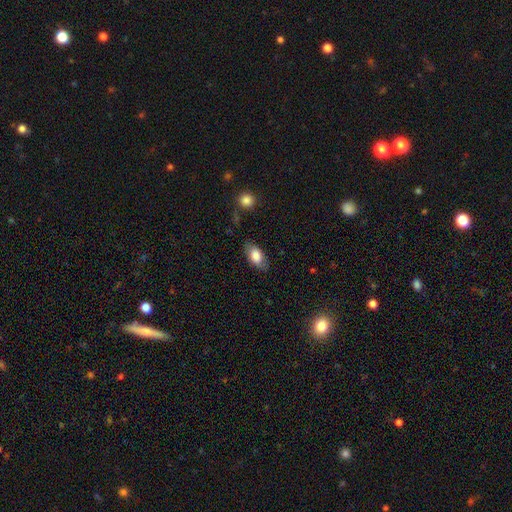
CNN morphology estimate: type=smooth (79%); roundness=in between (92%); merging=none (78%).